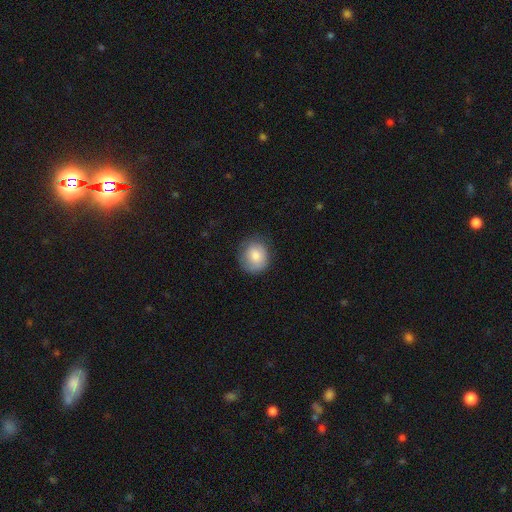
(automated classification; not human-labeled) smooth_or_featured: smooth (p=0.82) [alt: featured or disk p=0.11]
how_rounded: round (p=0.81) [alt: in between p=0.18]
merging: none (p=0.77) [alt: minor disturbance p=0.17]